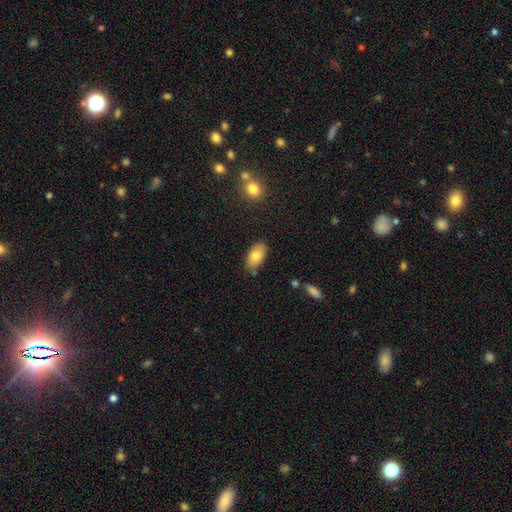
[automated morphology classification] This appears to be a smooth galaxy with no disk features (78%) that is in between round and cigar-shaped (93%). Merging: none (79%).